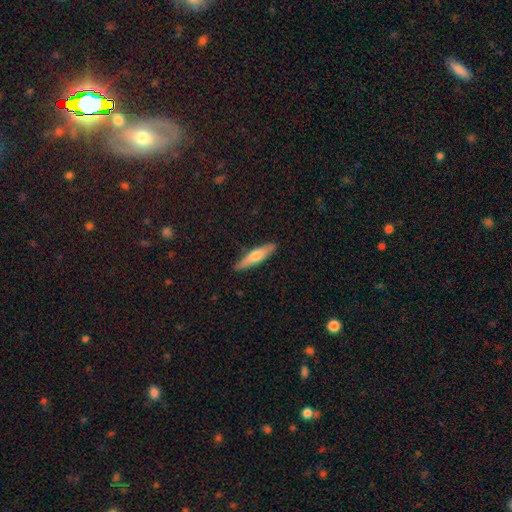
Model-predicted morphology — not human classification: A smooth galaxy with no disk features (61%) that is cigar-shaped (79%). Merging: none (88%).